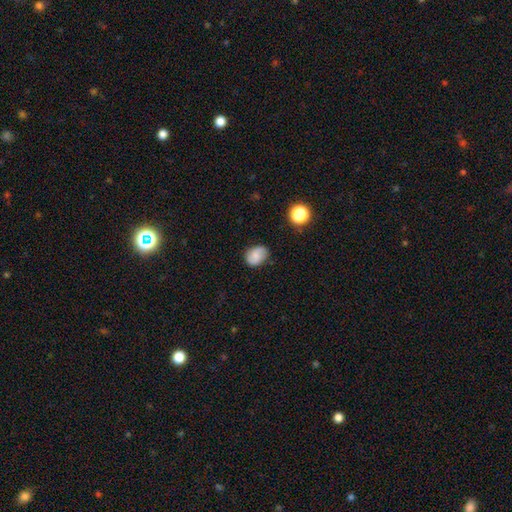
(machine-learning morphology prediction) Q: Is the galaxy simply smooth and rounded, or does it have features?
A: smooth — 76%.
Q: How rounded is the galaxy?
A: in between — 63%.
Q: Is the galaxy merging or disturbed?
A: none — 74%.